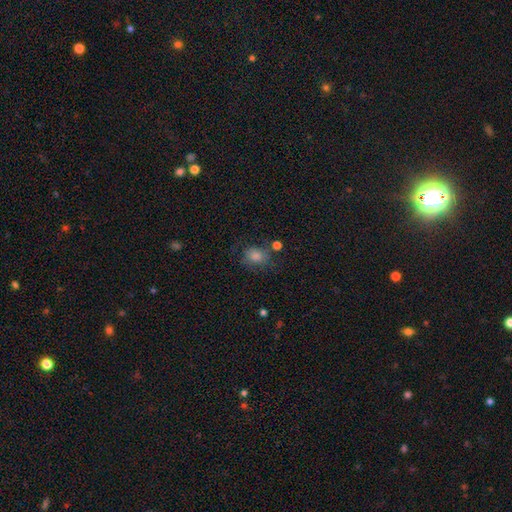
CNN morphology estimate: smooth_or_featured: smooth (p=0.61) [alt: star or artifact p=0.23]
how_rounded: round (p=0.57) [alt: in between p=0.41]
merging: none (p=0.63) [alt: minor disturbance p=0.20]